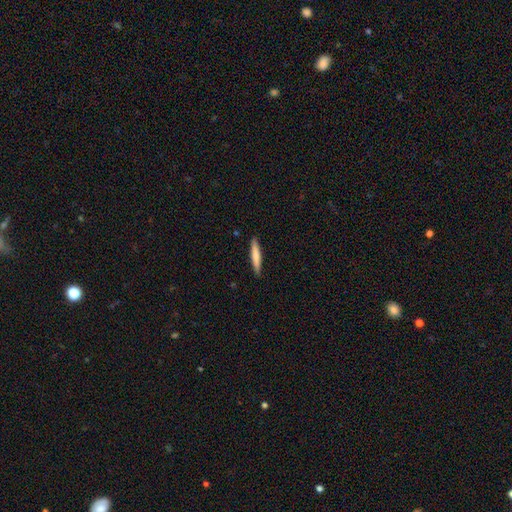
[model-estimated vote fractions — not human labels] The model was most divided on "smooth or featured": smooth: 74%, featured or disk: 21%, star or artifact: 5%. More confident: how rounded — cigar-shaped (92%); merging — none (91%).